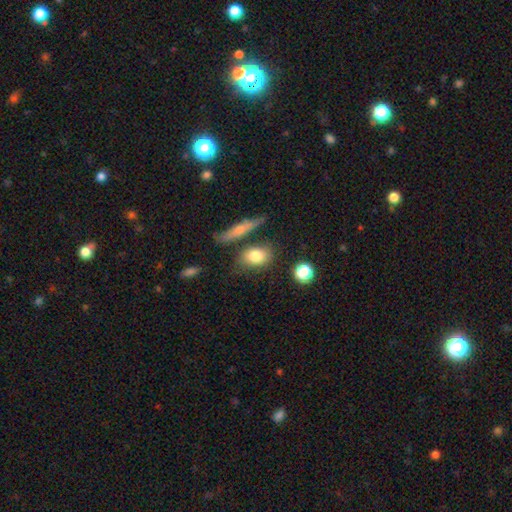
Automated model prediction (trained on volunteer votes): Smooth or featured? smooth (78%)
How rounded? in between (70%)
Merging? none (68%)